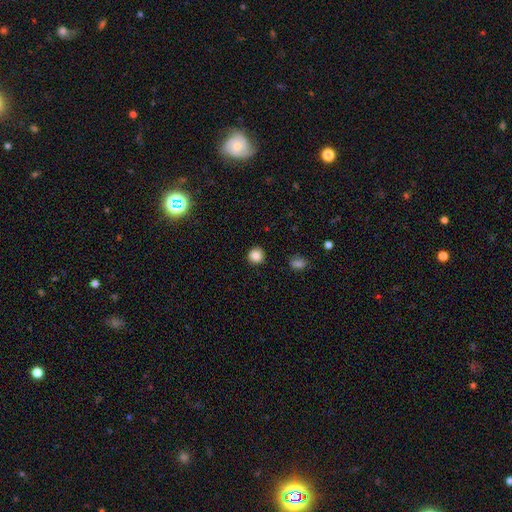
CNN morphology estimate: The model was most divided on "smooth or featured": smooth: 87%, star or artifact: 10%, featured or disk: 3%. More confident: how rounded — round (92%); merging — none (90%).